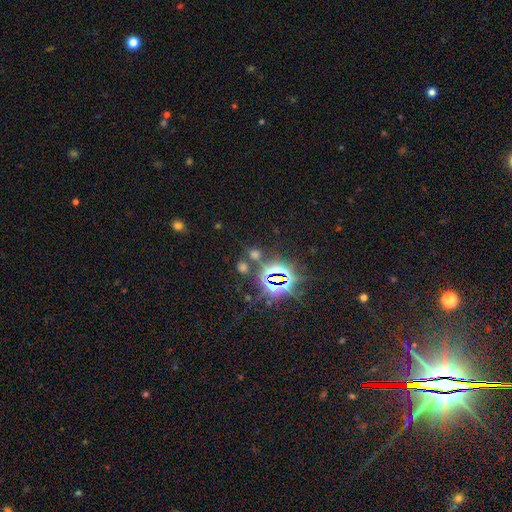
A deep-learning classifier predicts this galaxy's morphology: Overall: star or artifact (73%).